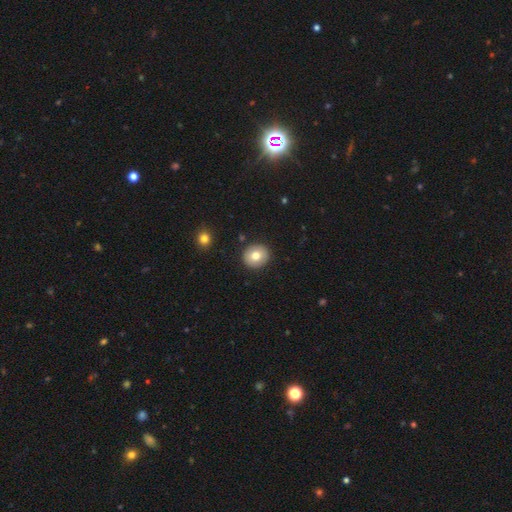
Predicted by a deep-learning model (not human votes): A smooth galaxy with no disk features (77%) that is round (86%). Merging: none (91%).